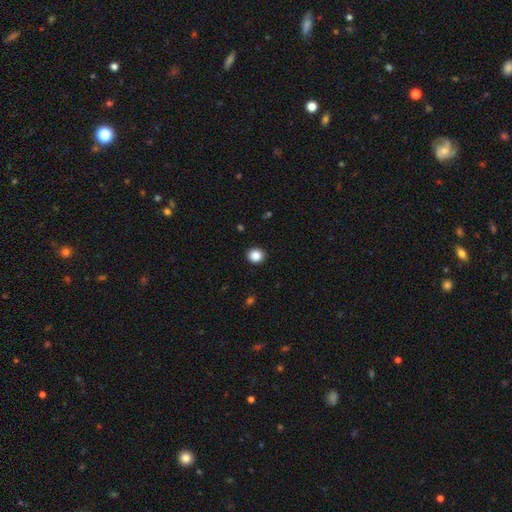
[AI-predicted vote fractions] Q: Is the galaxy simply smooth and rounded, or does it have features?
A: smooth — 87%.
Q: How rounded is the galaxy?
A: round — 87%.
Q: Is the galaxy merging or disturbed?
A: none — 93%.